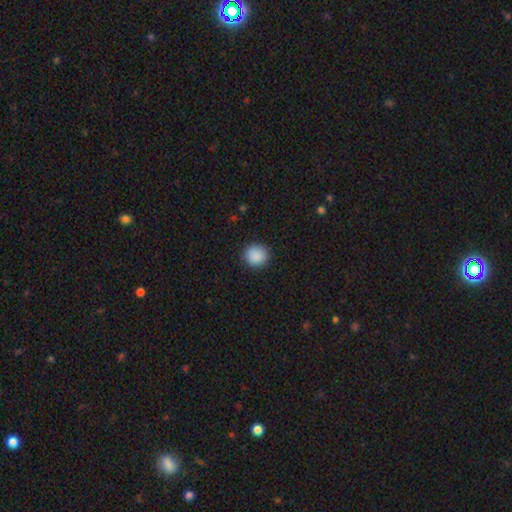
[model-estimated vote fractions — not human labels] Morphology: type=smooth (89%); roundness=round (93%); merging=none (91%).